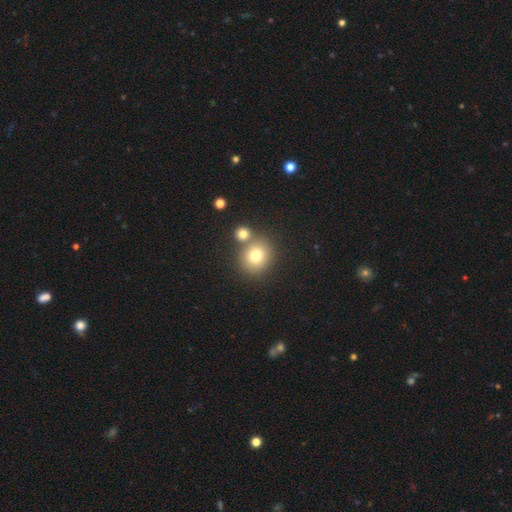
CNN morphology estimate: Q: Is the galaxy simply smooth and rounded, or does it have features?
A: smooth — 76%.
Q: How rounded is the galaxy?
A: round — 80%.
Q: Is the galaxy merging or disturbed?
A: none — 63%.